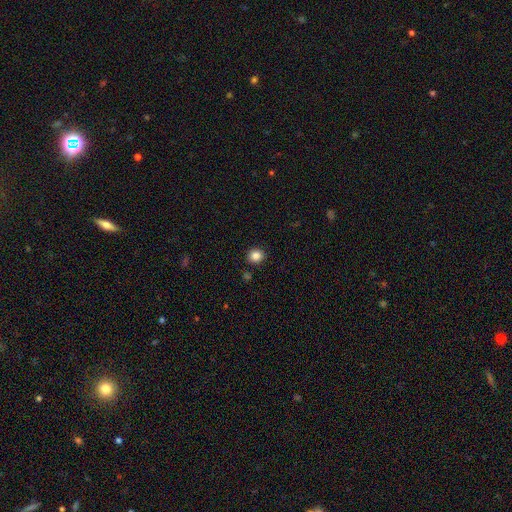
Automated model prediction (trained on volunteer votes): smooth-or-featured: smooth: 86% | star or artifact: 11% | featured or disk: 4%
  how-rounded: round: 86% | in between: 13% | cigar-shaped: 1%
  merging: none: 90% | minor disturbance: 6% | merger: 2% | major disturbance: 2%